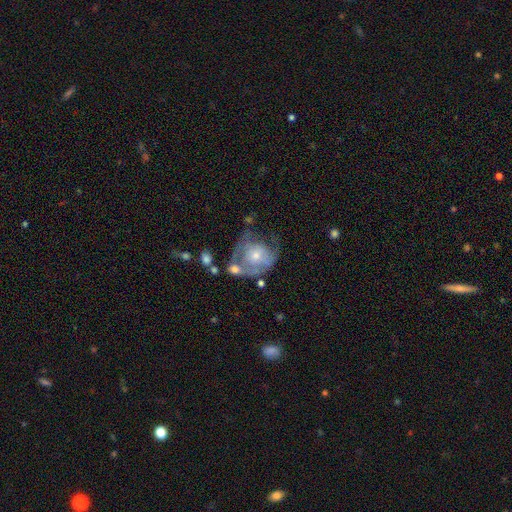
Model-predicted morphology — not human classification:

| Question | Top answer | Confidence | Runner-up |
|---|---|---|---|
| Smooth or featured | featured or disk | 55% | smooth (38%) |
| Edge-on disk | no | 97% | yes (3%) |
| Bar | no | 84% | weak (14%) |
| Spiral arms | no | 53% | yes (47%) |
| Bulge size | small | 50% | moderate (41%) |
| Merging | major disturbance | 32% | none (28%) |